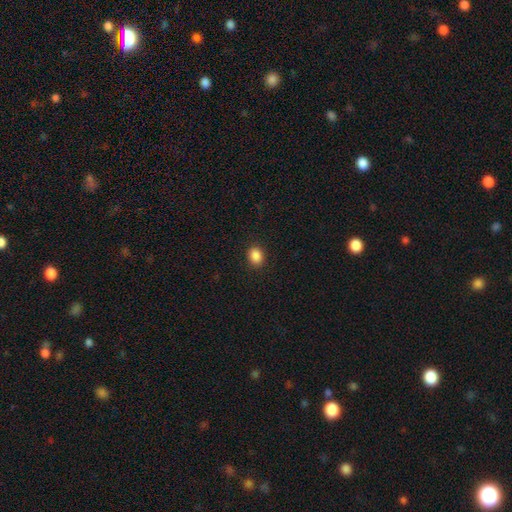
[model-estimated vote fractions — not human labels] Smooth or featured? Predicted: smooth (p=0.88). How rounded? Predicted: in between (p=0.55). Merging? Predicted: none (p=0.91).